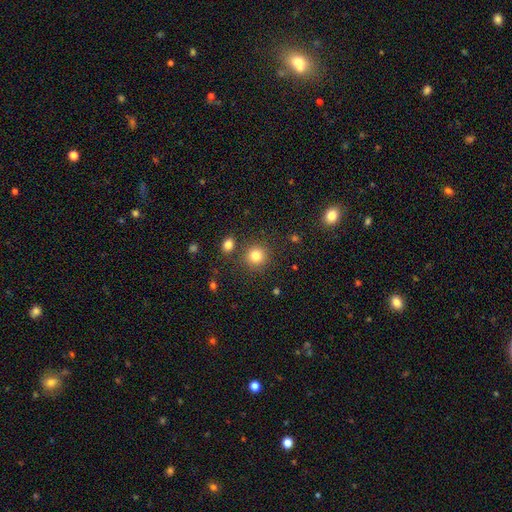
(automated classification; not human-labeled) Smooth or featured? Predicted: smooth (p=0.82). How rounded? Predicted: round (p=0.91). Merging? Predicted: none (p=0.82).